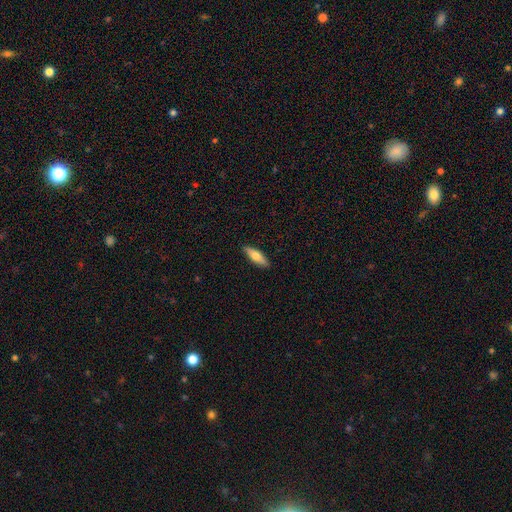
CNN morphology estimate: A smooth galaxy with no disk features (66%) that is cigar-shaped (50%).

Vote fractions:
- Smooth or featured? smooth: 66% / featured or disk: 28% / star or artifact: 6%
- How rounded? cigar-shaped: 50% / in between: 48% / round: 2%
- Merging? none: 89% / minor disturbance: 8% / major disturbance: 2% / merger: 1%